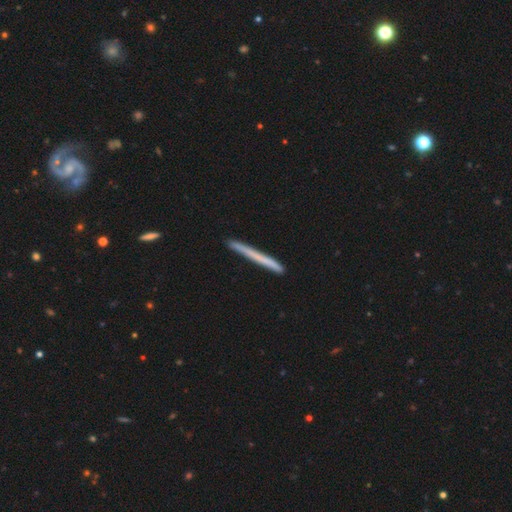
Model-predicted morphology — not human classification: A smooth galaxy with no disk features (57%) that is cigar-shaped (97%).

Vote fractions:
- Smooth or featured? smooth: 57% / featured or disk: 36% / star or artifact: 6%
- How rounded? cigar-shaped: 97% / in between: 1% / round: 1%
- Merging? none: 90% / minor disturbance: 8% / major disturbance: 1% / merger: 1%